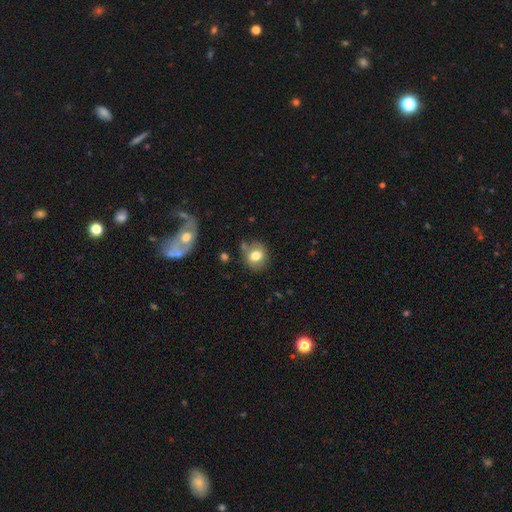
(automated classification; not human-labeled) smooth_or_featured: smooth (p=0.75) [alt: featured or disk p=0.15]
how_rounded: round (p=0.71) [alt: in between p=0.28]
merging: none (p=0.72) [alt: minor disturbance p=0.16]